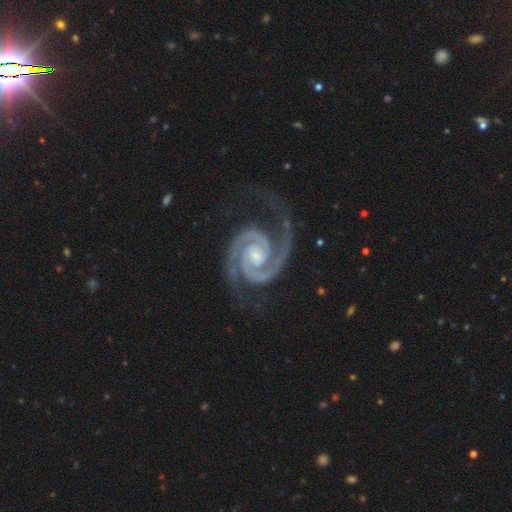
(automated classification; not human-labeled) smooth_or_featured: featured or disk (p=0.95) [alt: star or artifact p=0.03]
disk_edge_on: no (p=0.98) [alt: yes p=0.02]
bar: no (p=0.61) [alt: weak p=0.27]
has_spiral_arms: yes (p=0.99) [alt: no p=0.01]
spiral_winding: tight (p=0.64) [alt: medium p=0.32]
spiral_arm_count: 2 (p=0.93) [alt: 3 p=0.02]
bulge_size: small (p=0.56) [alt: moderate p=0.34]
merging: none (p=0.71) [alt: minor disturbance p=0.17]